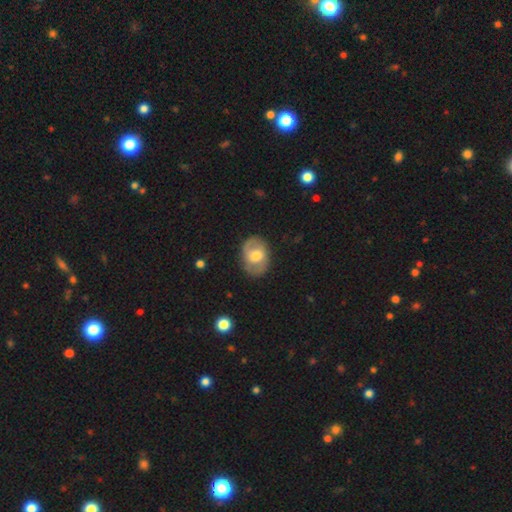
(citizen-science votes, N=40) Morphology: type=smooth (57%); roundness=in between (61%); merging=none (72%).